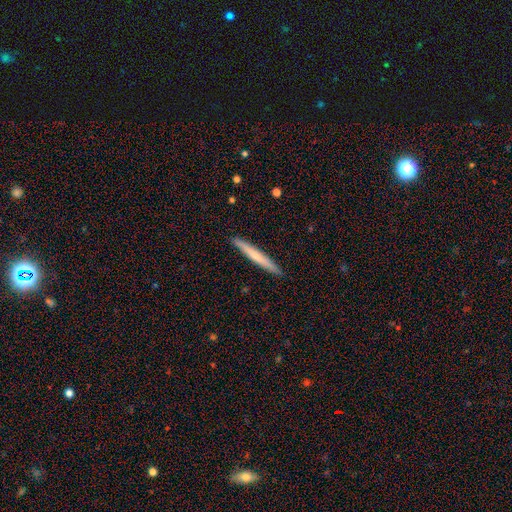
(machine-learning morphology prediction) Overall: smooth (61%; featured or disk 34%). How rounded: cigar-shaped (96%). Merging: none (92%).